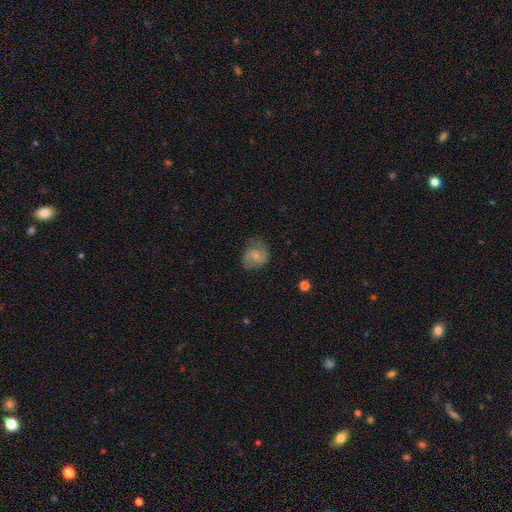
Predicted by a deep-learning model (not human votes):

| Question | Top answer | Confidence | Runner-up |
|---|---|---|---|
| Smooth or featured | featured or disk | 53% | smooth (39%) |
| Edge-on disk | no | 97% | yes (3%) |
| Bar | no | 46% | weak (45%) |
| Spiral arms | yes | 87% | no (13%) |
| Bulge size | small | 54% | moderate (29%) |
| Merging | none | 60% | minor disturbance (27%) |